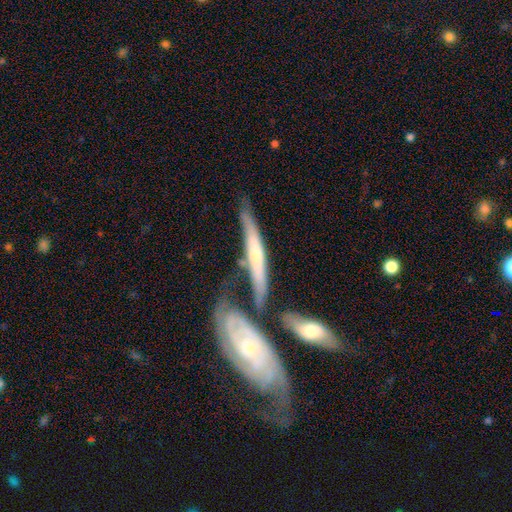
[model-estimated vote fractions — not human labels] smooth-or-featured: featured or disk: 60% | smooth: 34% | star or artifact: 6%
  disk-edge-on: yes: 80% | no: 20%
  merging: none: 53% | minor disturbance: 20% | merger: 19% | major disturbance: 7%